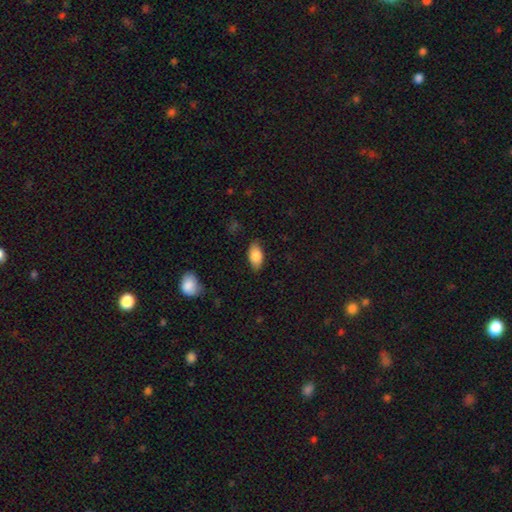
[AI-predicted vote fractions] This appears to be a smooth galaxy with no disk features (85%) that is in between round and cigar-shaped (93%). Merging: none (84%).